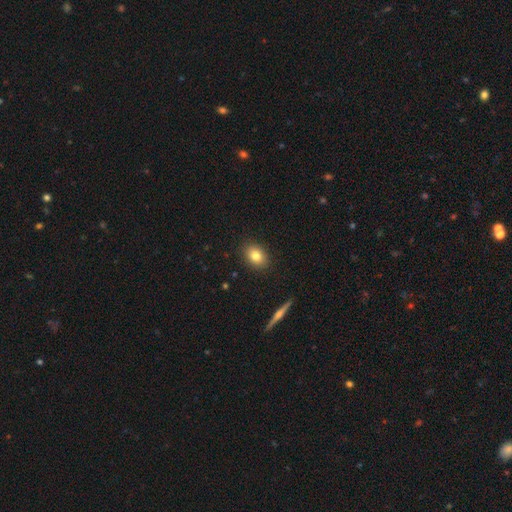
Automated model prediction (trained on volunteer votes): This appears to be a smooth galaxy with no disk features (79%) that is in between round and cigar-shaped (67%). Merging: none (89%).